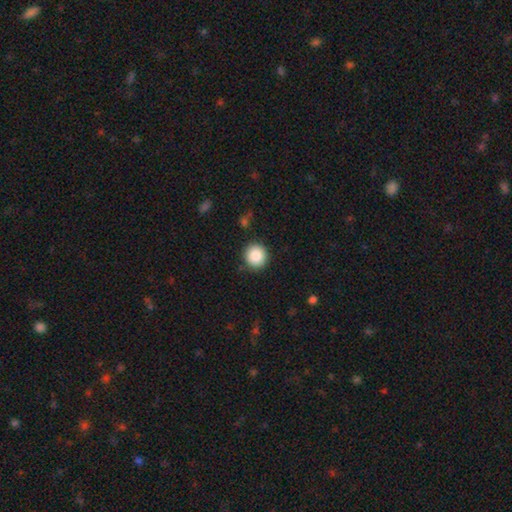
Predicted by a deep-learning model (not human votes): This appears to be a smooth galaxy with no disk features (87%) that is round (93%). Merging: none (89%).